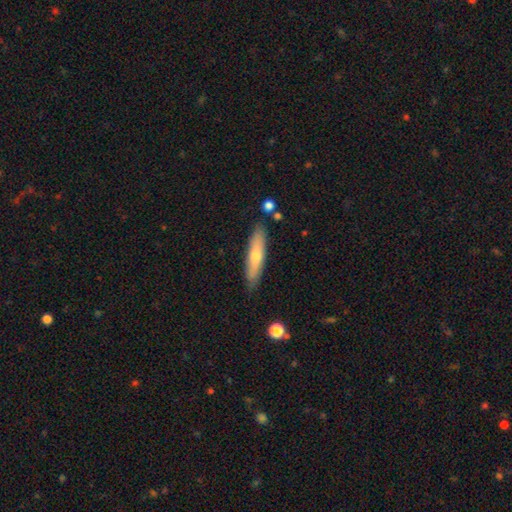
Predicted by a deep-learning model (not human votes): This appears to be a smooth galaxy with no disk features (58%) that is cigar-shaped (81%). Merging: none (84%).